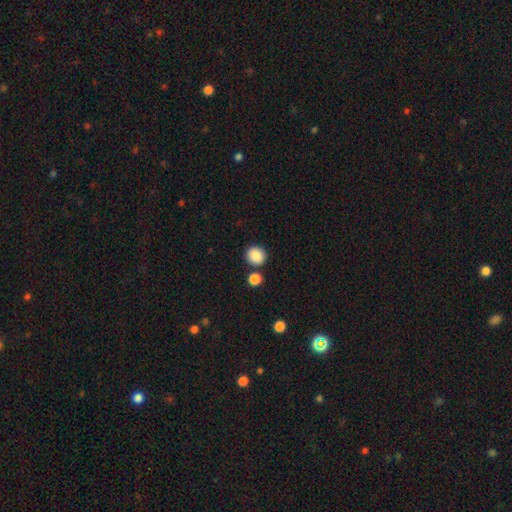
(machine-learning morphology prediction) A smooth galaxy with no disk features (87%) that is round (83%). Merging: none (80%).